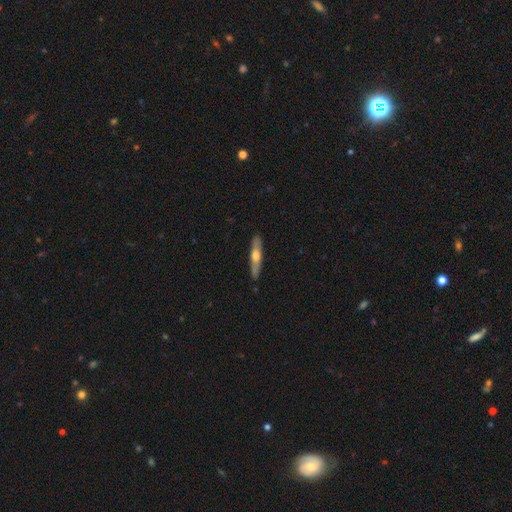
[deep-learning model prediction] smooth 48%, featured or disk 47%, star or artifact 5%. Down the decision tree: merging — none (89%).